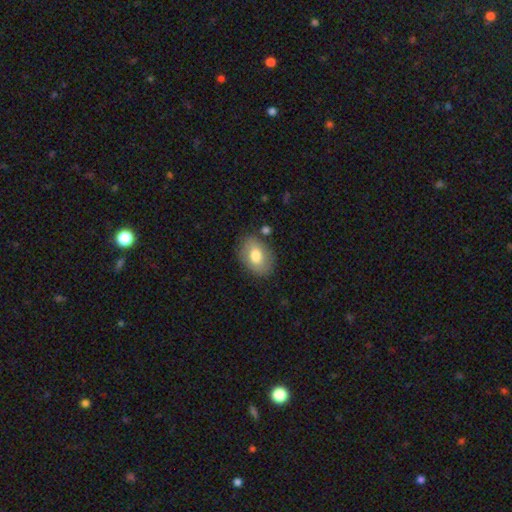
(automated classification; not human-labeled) A smooth galaxy with no disk features (74%) that is in between round and cigar-shaped (82%). Merging: none (78%).